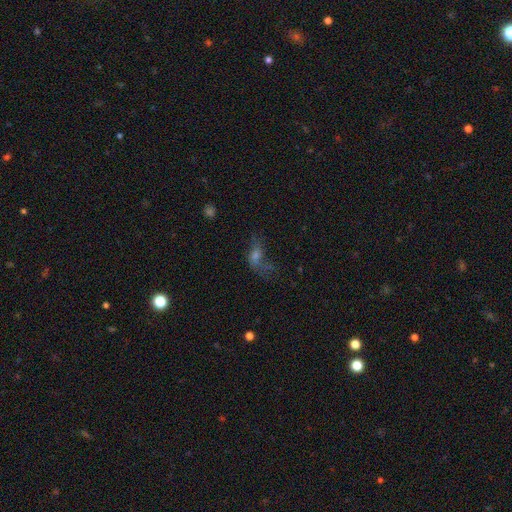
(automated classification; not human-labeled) This is marginally a smooth galaxy (38%, tied with featured or disk). Merging: marginally major disturbance (42%).